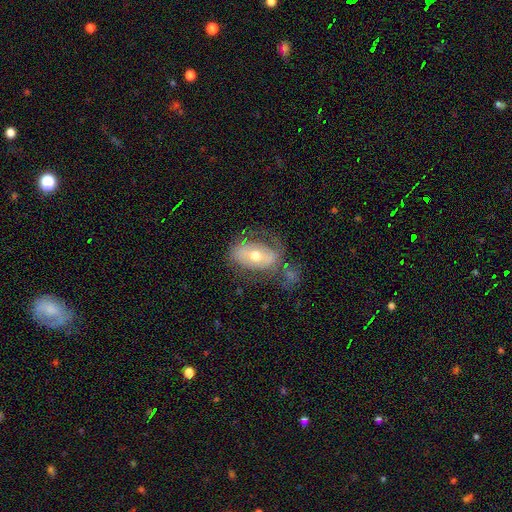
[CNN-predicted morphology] Overall: featured or disk (54%; smooth 39%). Edge-on disk: no (91%). Merging: none (46%; minor disturbance 24%).